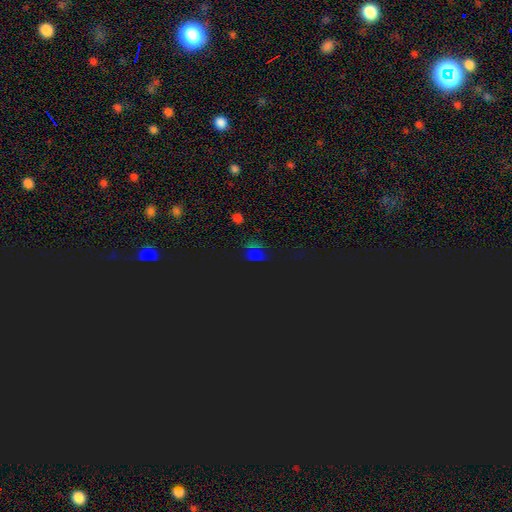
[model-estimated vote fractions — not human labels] A star or artifact, not a galaxy (72%).